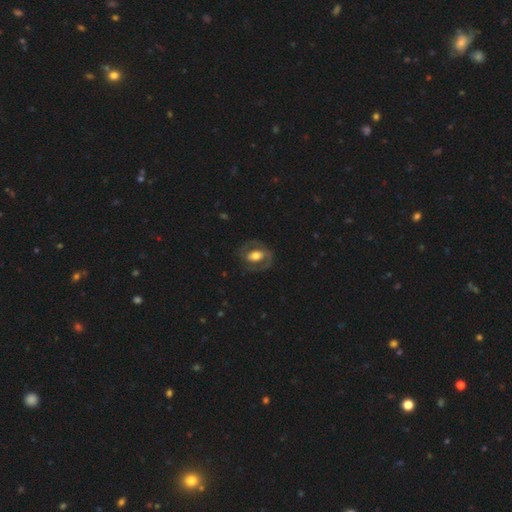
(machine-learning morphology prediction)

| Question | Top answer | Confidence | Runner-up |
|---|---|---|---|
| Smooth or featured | featured or disk | 63% | smooth (32%) |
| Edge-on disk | no | 95% | yes (5%) |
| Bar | no | 45% | weak (30%) |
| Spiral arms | yes | 55% | no (45%) |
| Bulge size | moderate | 56% | large (31%) |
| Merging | none | 73% | minor disturbance (15%) |